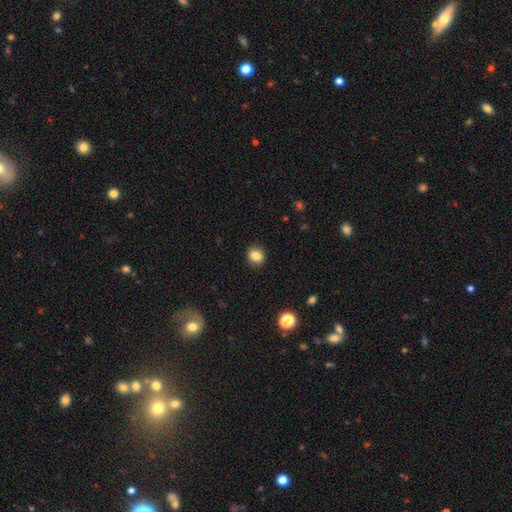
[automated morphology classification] smooth 84%, star or artifact 11%, featured or disk 6%. Down the decision tree: how rounded — round (75%); merging — none (89%).